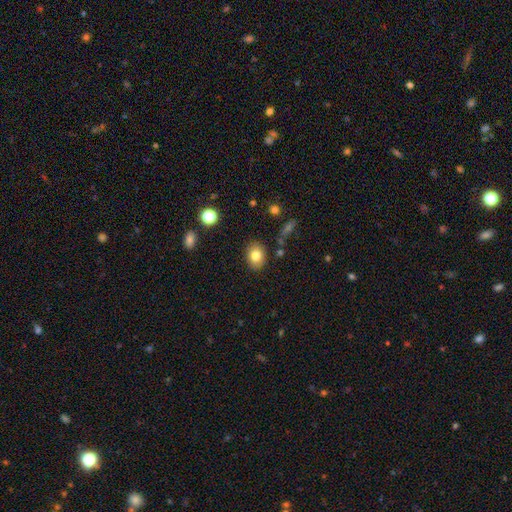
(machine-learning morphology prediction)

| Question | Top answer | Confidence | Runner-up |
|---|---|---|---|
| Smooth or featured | smooth | 80% | featured or disk (11%) |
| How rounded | in between | 59% | round (40%) |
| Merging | none | 85% | minor disturbance (10%) |